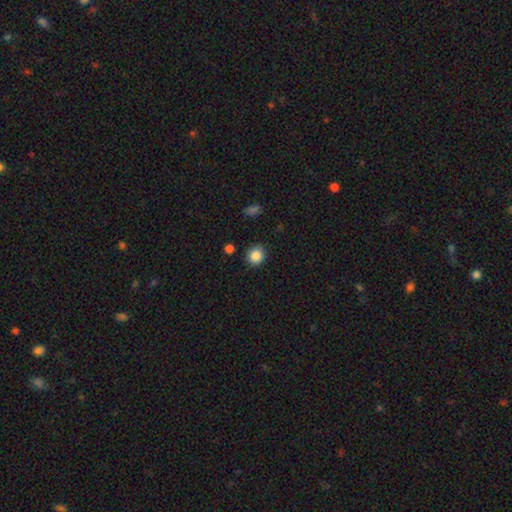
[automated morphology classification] smooth 86%, star or artifact 10%, featured or disk 4%. Down the decision tree: how rounded — round (86%); merging — none (87%).